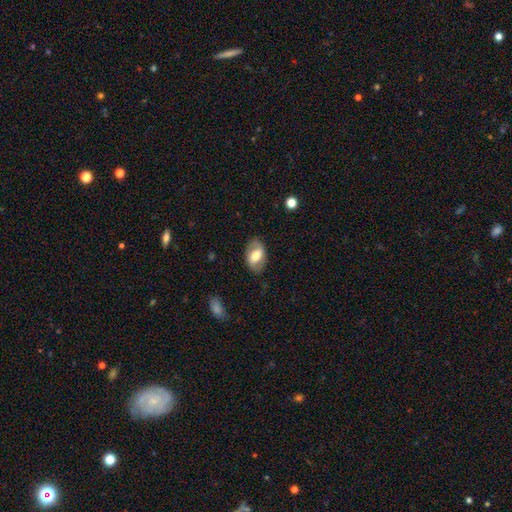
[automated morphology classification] Smooth or featured? smooth (48%)
Merging? none (80%)